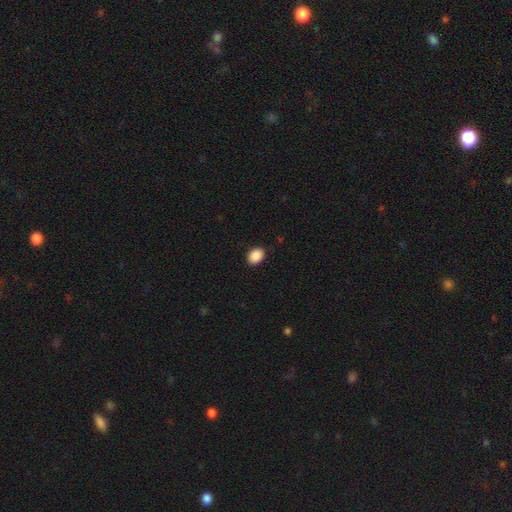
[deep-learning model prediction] The model was most divided on "how rounded": in between: 65%, round: 34%, cigar-shaped: 1%. More confident: smooth or featured — smooth (90%); merging — none (90%).